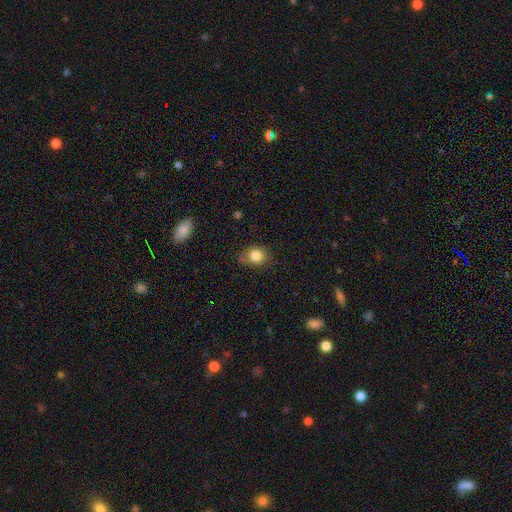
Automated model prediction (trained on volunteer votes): Smooth or featured? smooth (83%)
How rounded? round (65%)
Merging? none (71%)